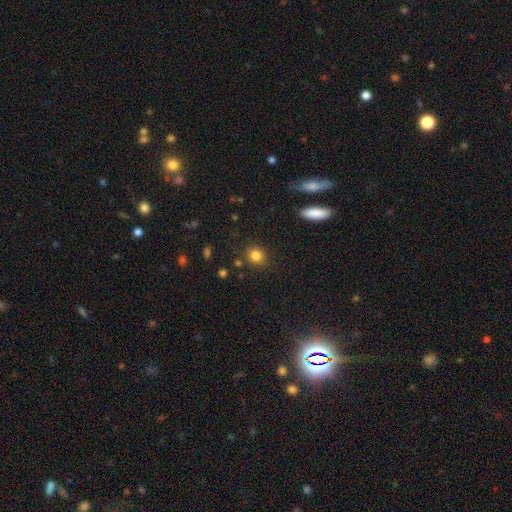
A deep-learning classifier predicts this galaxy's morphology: A smooth galaxy with no disk features (83%) that is round (80%). Merging: none (86%).